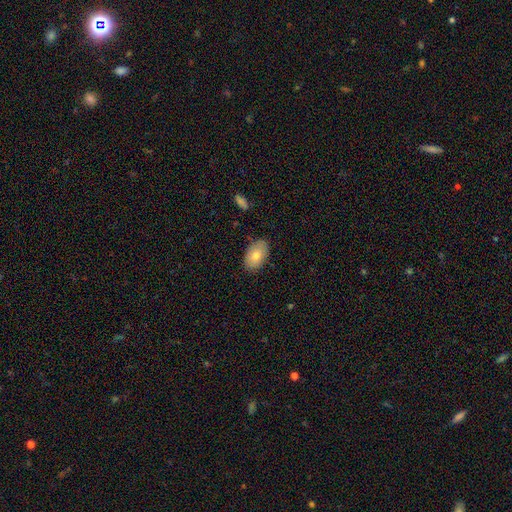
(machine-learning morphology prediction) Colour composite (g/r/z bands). It shows a smooth galaxy with no disk features (75%) that is in between round and cigar-shaped (91%). Merging: none (83%).